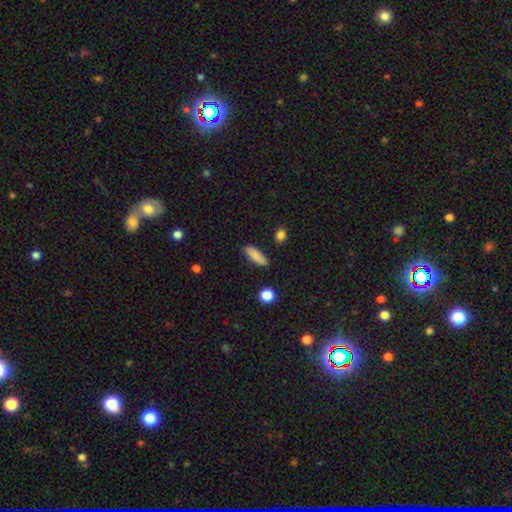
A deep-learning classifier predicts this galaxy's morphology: Smooth or featured? smooth (85%)
How rounded? cigar-shaped (51%)
Merging? none (82%)